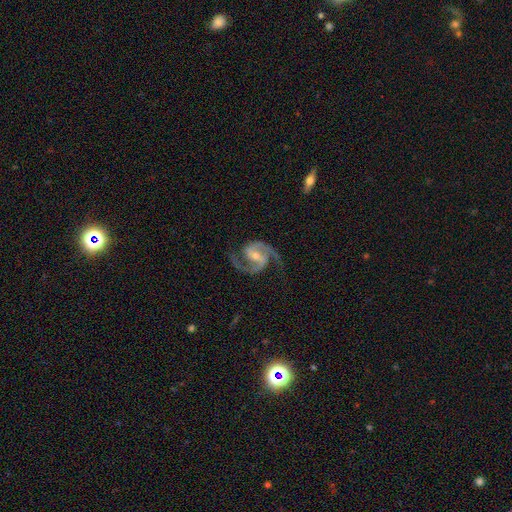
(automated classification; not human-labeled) Morphology: type=featured or disk (94%); edge-on=no (98%); bar=weak (43%); spiral arms=yes (99%); winding=medium (65%); arm count=2 (94%); bulge=small (53%); merging=none (80%).